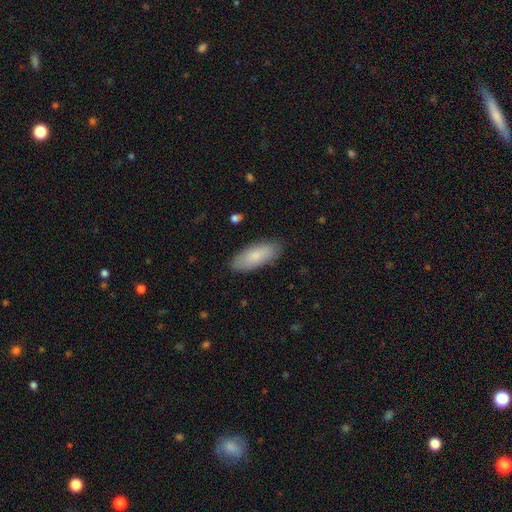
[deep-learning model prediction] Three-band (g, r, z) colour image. It shows a smooth galaxy with no disk features (83%) that is in between round and cigar-shaped (80%). Merging: none (86%).